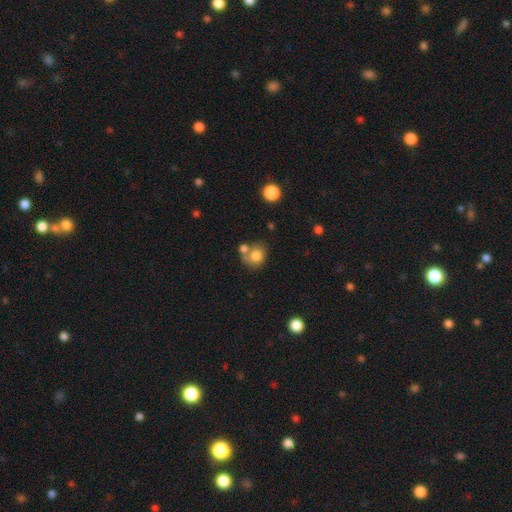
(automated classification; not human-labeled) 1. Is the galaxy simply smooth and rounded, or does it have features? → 78% smooth, 11% featured or disk, 11% star or artifact.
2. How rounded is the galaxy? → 76% round, 23% in between, 1% cigar-shaped.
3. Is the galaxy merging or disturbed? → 47% none, 32% merger, 14% minor disturbance, 6% major disturbance.